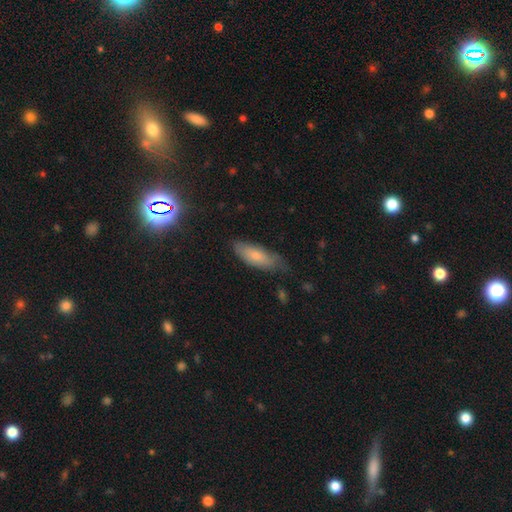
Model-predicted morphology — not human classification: Smooth or featured? smooth (70%)
How rounded? in between (69%)
Merging? none (60%)